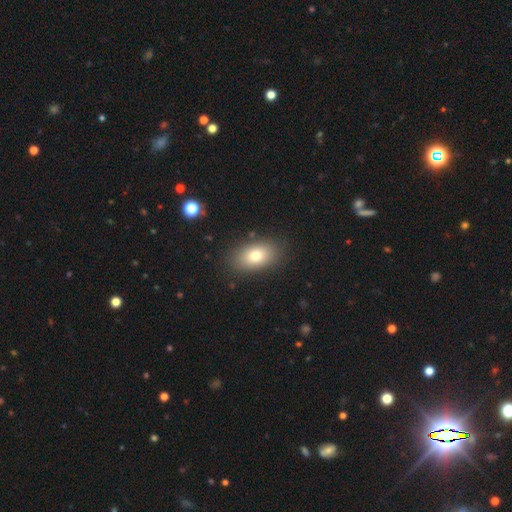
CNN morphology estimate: Overall: smooth (77%). How rounded: in between (85%). Merging: none (85%).